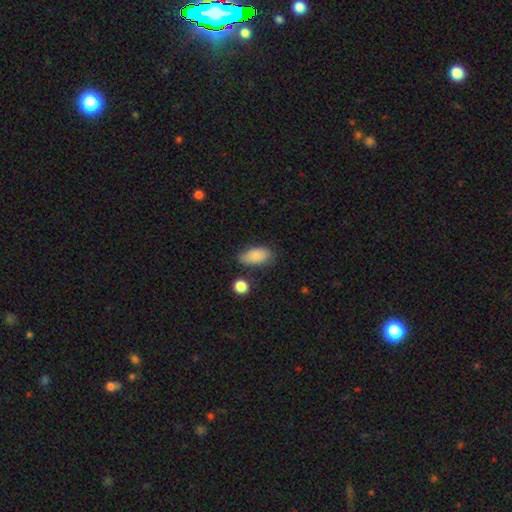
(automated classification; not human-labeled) Smooth or featured?
  - smooth: 86% *
  - star or artifact: 7%
  - featured or disk: 6%
How rounded?
  - in between: 91% *
  - round: 5%
  - cigar-shaped: 4%
Merging?
  - none: 72% *
  - minor disturbance: 19%
  - major disturbance: 4%
  - merger: 4%